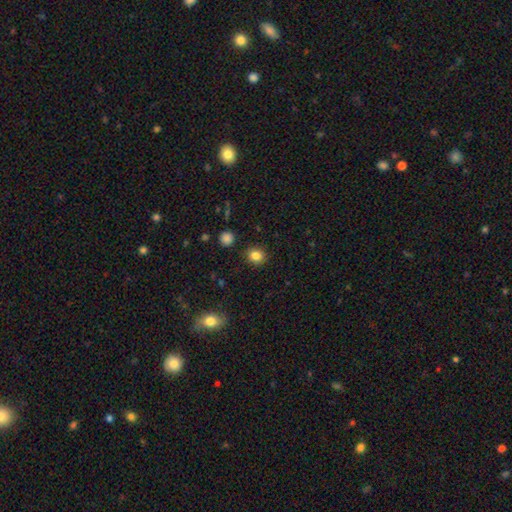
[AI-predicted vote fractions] Q: Smooth or featured?
A: smooth (84%); runner-up: star or artifact (11%)
Q: How rounded?
A: round (79%); runner-up: in between (20%)
Q: Merging?
A: none (90%); runner-up: minor disturbance (7%)